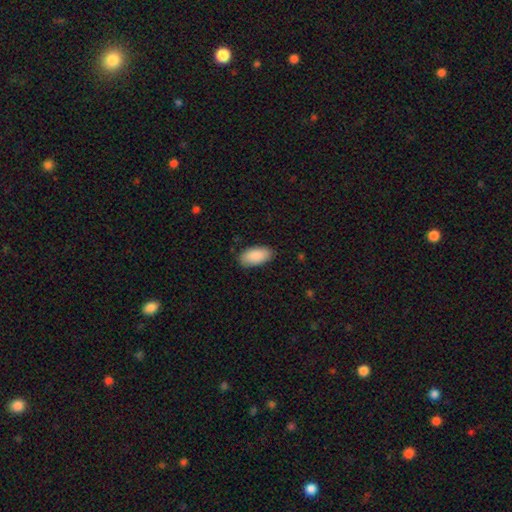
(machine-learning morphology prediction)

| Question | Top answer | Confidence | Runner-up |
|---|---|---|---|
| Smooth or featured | smooth | 90% | star or artifact (6%) |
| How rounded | in between | 94% | cigar-shaped (4%) |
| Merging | none | 85% | minor disturbance (11%) |